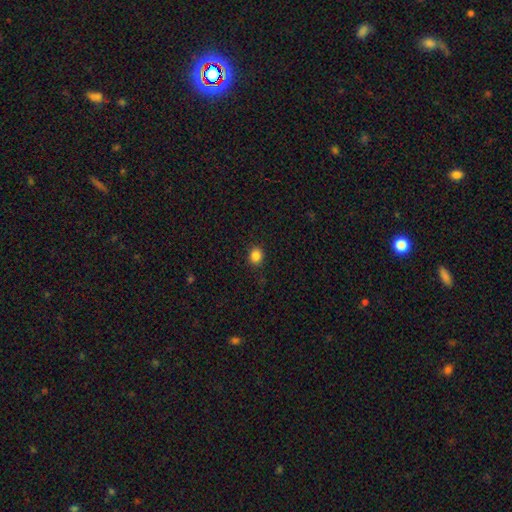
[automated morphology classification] Overall: smooth (85%). How rounded: round (74%). Merging: none (90%).